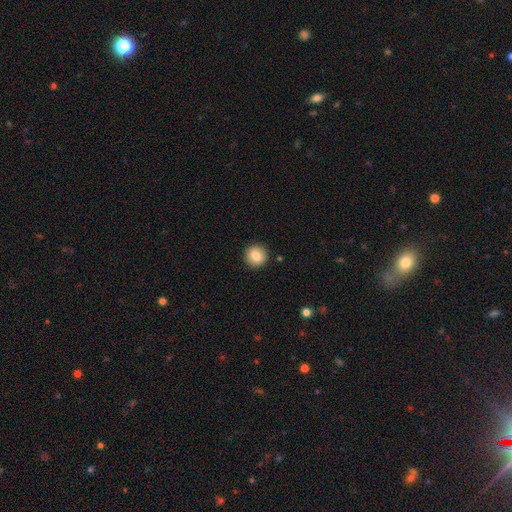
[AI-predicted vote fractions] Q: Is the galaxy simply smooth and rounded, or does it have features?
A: smooth — 84%.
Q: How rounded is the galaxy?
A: round — 92%.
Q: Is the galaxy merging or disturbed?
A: none — 91%.